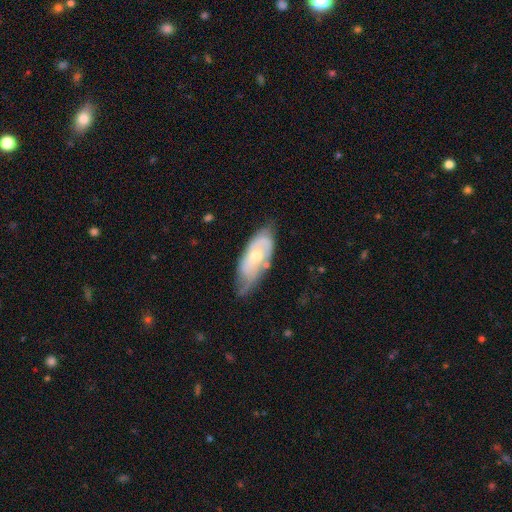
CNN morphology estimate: smooth_or_featured: featured or disk (p=0.63) [alt: smooth p=0.31]
disk_edge_on: no (p=0.87) [alt: yes p=0.13]
bar: no (p=0.74) [alt: weak p=0.22]
has_spiral_arms: yes (p=0.78) [alt: no p=0.22]
bulge_size: moderate (p=0.58) [alt: small p=0.36]
merging: none (p=0.50) [alt: minor disturbance p=0.34]